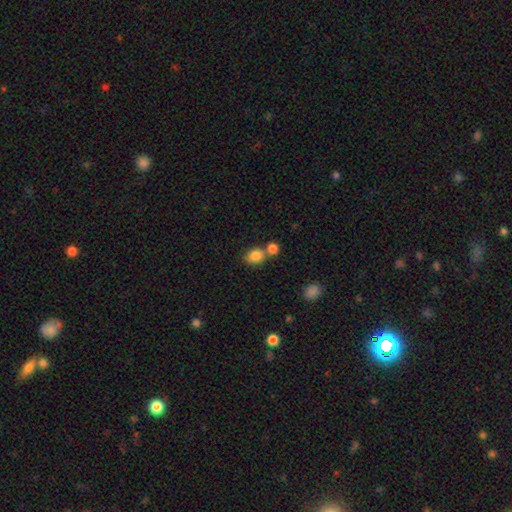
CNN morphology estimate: Smooth or featured? Predicted: smooth (p=0.85). How rounded? Predicted: in between (p=0.56). Merging? Predicted: none (p=0.51).